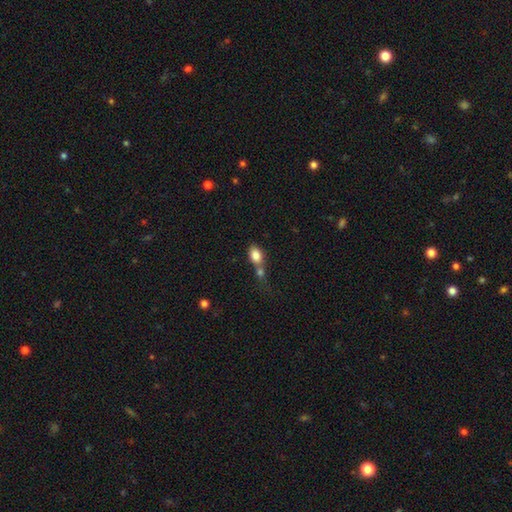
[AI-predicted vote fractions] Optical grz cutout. It shows a smooth galaxy with no disk features (82%) that is in between round and cigar-shaped (81%). Merging: merger (49%).